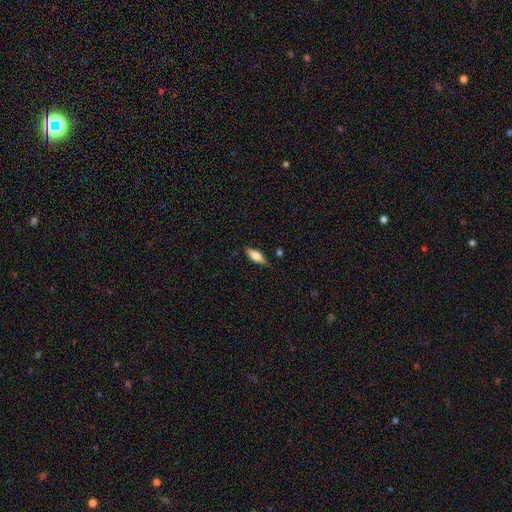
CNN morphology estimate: Smooth or featured: smooth — 68% (featured or disk — 26%)
How rounded: in between — 62% (cigar-shaped — 35%)
Merging: none — 82% (minor disturbance — 14%)